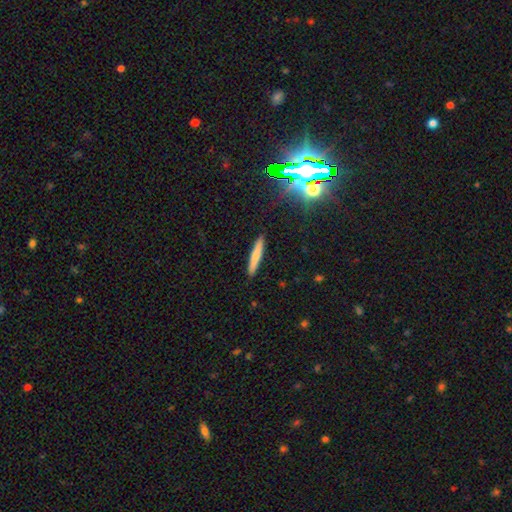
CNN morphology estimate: Smooth or featured?
  - smooth: 67% *
  - featured or disk: 26%
  - star or artifact: 7%
How rounded?
  - cigar-shaped: 93% *
  - in between: 6%
  - round: 1%
Merging?
  - none: 91% *
  - minor disturbance: 6%
  - major disturbance: 1%
  - merger: 1%